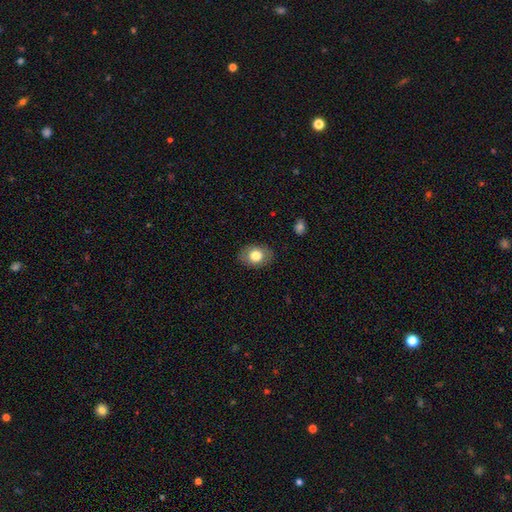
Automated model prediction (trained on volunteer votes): This appears to be a smooth galaxy with no disk features (78%) that is in between round and cigar-shaped (65%). Merging: none (84%).